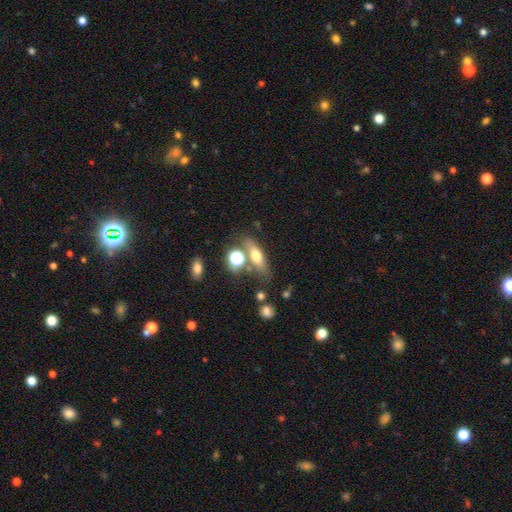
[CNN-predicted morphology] Smooth or featured? smooth (61%)
How rounded? in between (53%)
Merging? none (63%)